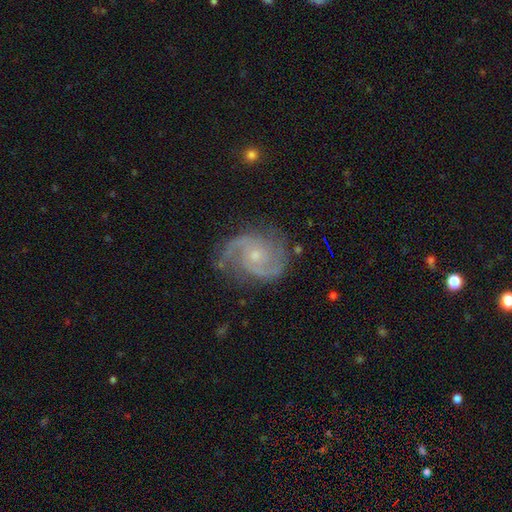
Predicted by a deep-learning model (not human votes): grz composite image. It shows a featured or disk galaxy (91%) with no bar (68%), 2 (84%) medium (56%) spiral arms (98%) and a small central bulge (66%). Merging: none (76%).